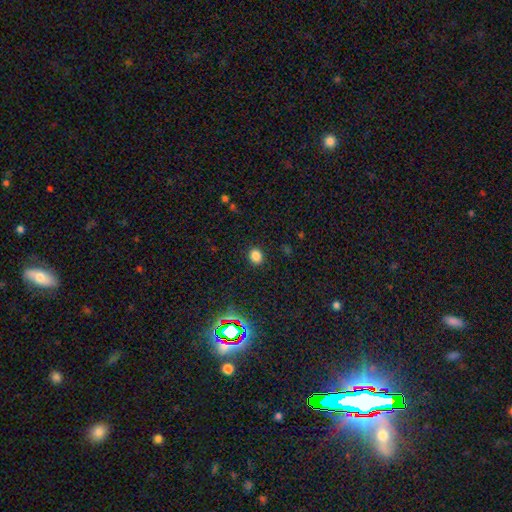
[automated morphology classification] smooth_or_featured: smooth (p=0.83) [alt: star or artifact p=0.13]
how_rounded: round (p=0.65) [alt: in between p=0.34]
merging: none (p=0.89) [alt: minor disturbance p=0.07]